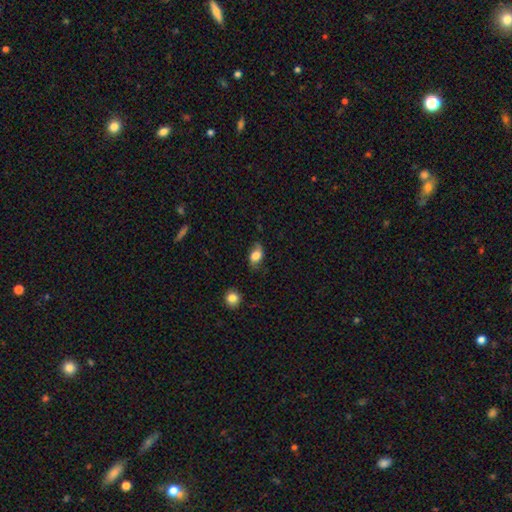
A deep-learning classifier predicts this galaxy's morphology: type=smooth (64%); roundness=in between (77%); merging=none (64%).